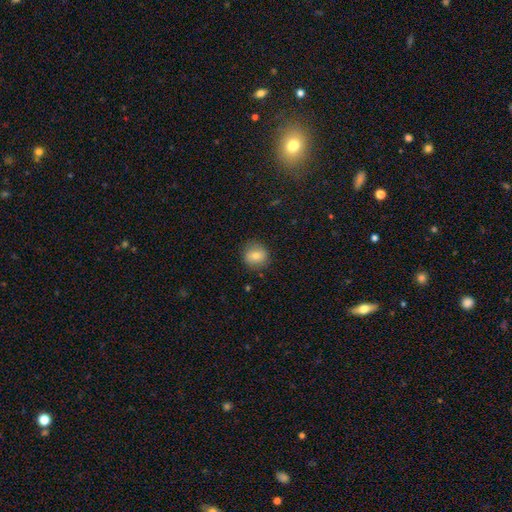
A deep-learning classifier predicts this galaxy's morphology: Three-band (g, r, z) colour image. It shows a smooth galaxy with no disk features (75%) that is round (84%). Merging: none (84%).